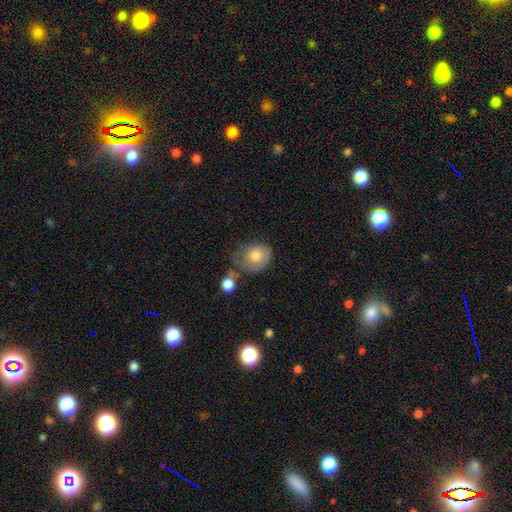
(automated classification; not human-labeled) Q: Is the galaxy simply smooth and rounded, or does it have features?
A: smooth — 74%.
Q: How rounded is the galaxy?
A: round — 59%.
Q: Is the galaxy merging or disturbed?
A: none — 40%.